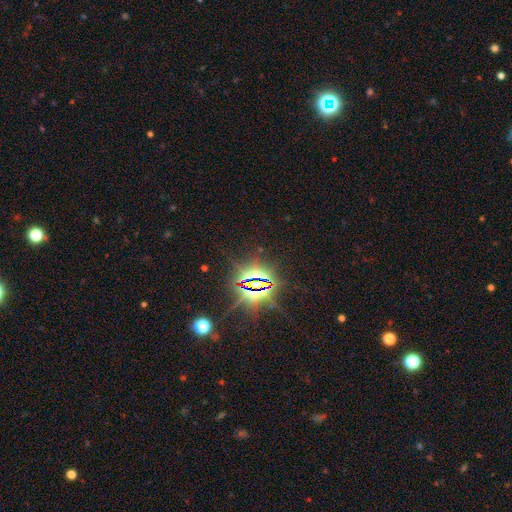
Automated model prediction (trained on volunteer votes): smooth-or-featured: star or artifact: 82% | smooth: 11% | featured or disk: 6%